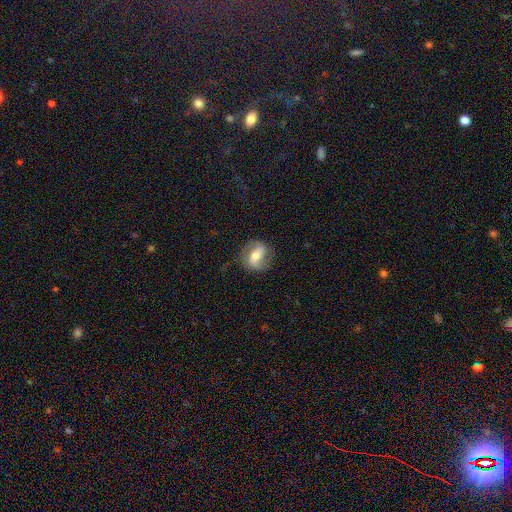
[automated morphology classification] Q: Smooth or featured?
A: featured or disk (70%); runner-up: smooth (23%)
Q: Edge-on disk?
A: no (95%); runner-up: yes (5%)
Q: Bar?
A: strong (45%); runner-up: weak (36%)
Q: Spiral arms?
A: yes (87%); runner-up: no (13%)
Q: Spiral winding?
A: medium (44%); runner-up: loose (33%)
Q: Spiral arm count?
A: 2 (86%); runner-up: can't tell (6%)
Q: Bulge size?
A: moderate (59%); runner-up: small (26%)
Q: Merging?
A: none (76%); runner-up: minor disturbance (16%)